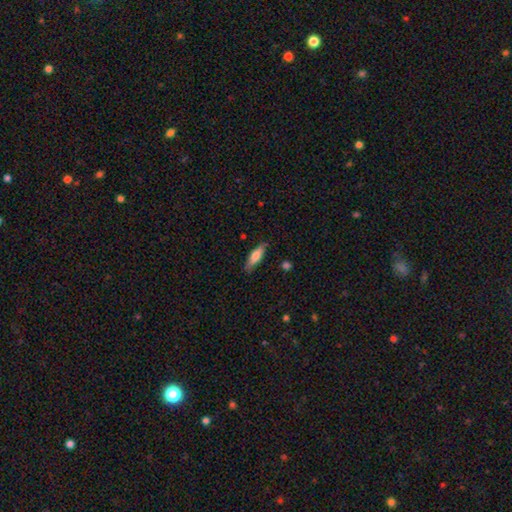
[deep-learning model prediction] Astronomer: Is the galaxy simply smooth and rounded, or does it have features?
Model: smooth — 72%.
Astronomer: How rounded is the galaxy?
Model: cigar-shaped — 58% (runner-up: in between, 40%).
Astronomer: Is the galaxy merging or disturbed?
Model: none — 81%.